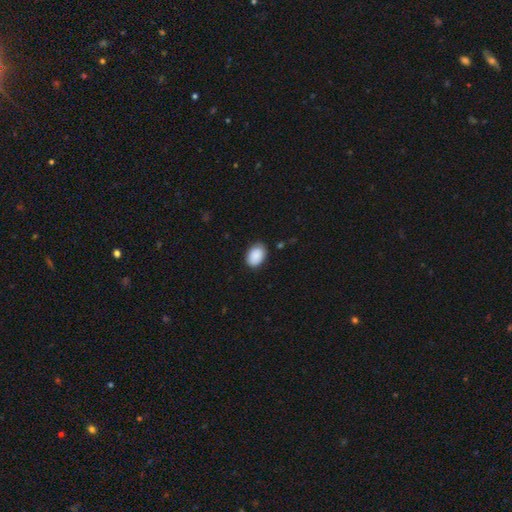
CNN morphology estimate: Smooth or featured: smooth — 90% (star or artifact — 6%)
How rounded: in between — 81% (round — 18%)
Merging: none — 83% (minor disturbance — 13%)